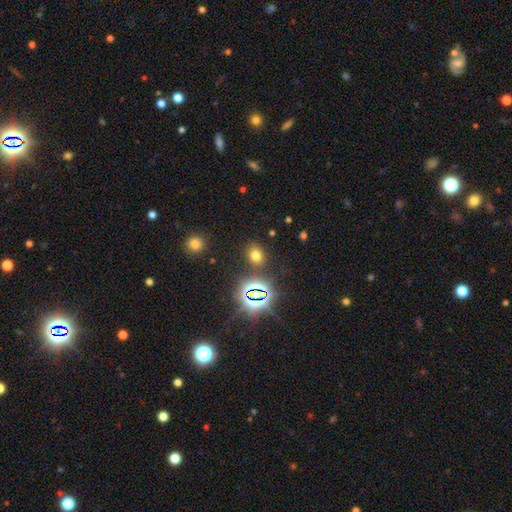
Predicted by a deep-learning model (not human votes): Q: Smooth or featured?
A: smooth (62%); runner-up: star or artifact (30%)
Q: How rounded?
A: in between (57%); runner-up: round (42%)
Q: Merging?
A: none (84%); runner-up: minor disturbance (8%)